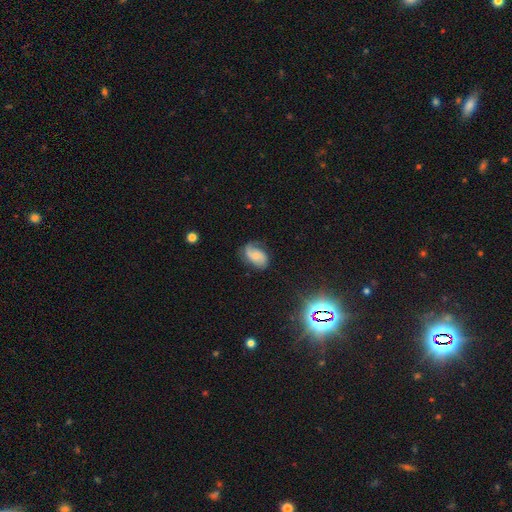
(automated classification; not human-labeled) This appears to be a featured or disk galaxy (55%) with no bar (63%), spiral arms (89%) and a small central bulge (50%). Merging: none (63%).